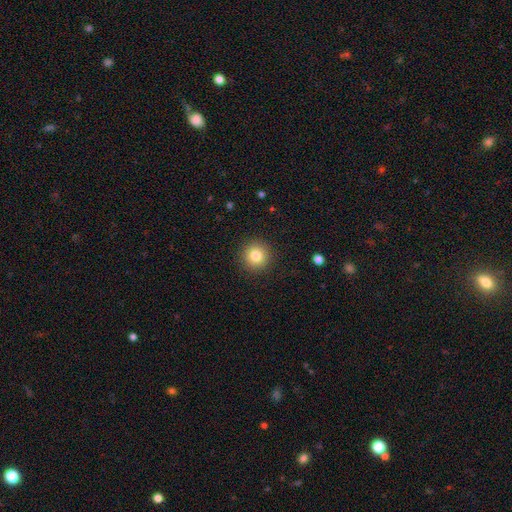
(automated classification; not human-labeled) A smooth galaxy with no disk features (82%) that is round (95%). Merging: none (91%).